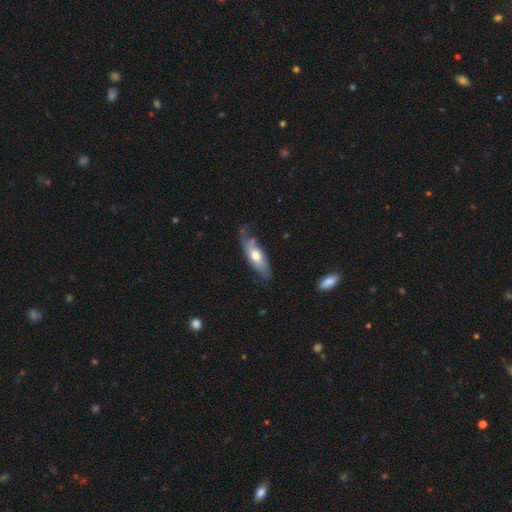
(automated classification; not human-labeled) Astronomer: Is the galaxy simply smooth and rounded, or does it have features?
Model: smooth — 48% (runner-up: featured or disk, 47%).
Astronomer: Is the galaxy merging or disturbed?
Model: none — 54% (runner-up: minor disturbance, 31%).